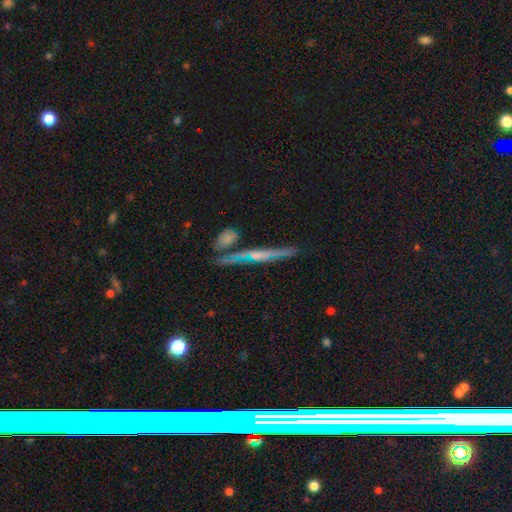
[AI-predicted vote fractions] Overall: featured or disk (69%). Edge-on disk: yes (92%). Edge-on bulge: rounded (55%; none 36%). Merging: none (69%).